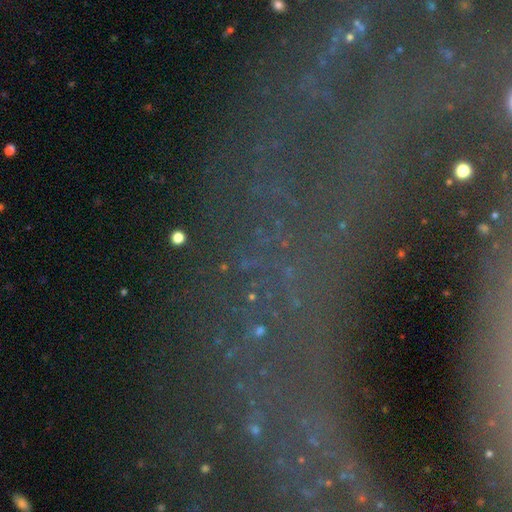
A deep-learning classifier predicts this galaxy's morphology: smooth_or_featured: star or artifact (p=0.60) [alt: featured or disk p=0.25]